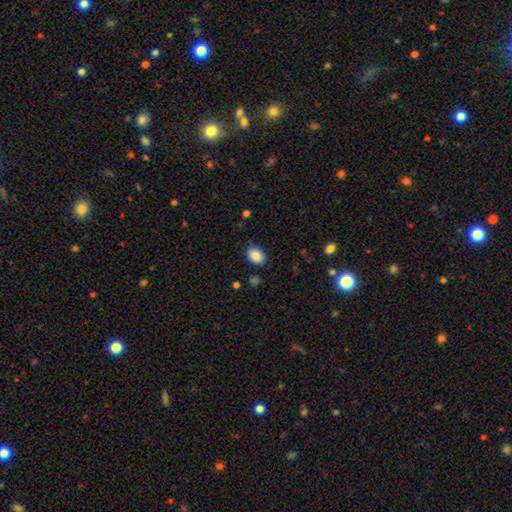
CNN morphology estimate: smooth_or_featured: smooth (p=0.88) [alt: star or artifact p=0.08]
how_rounded: in between (p=0.82) [alt: round p=0.17]
merging: none (p=0.85) [alt: minor disturbance p=0.11]